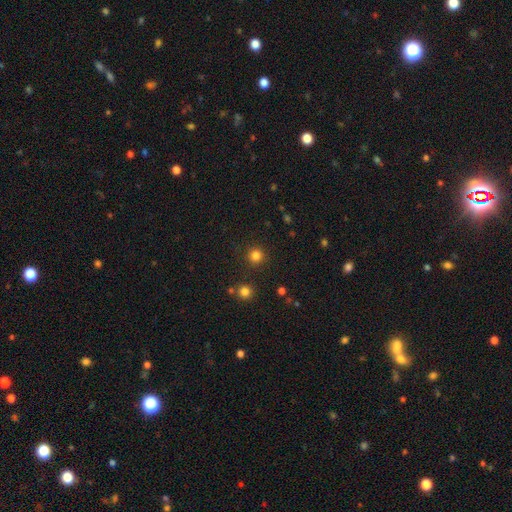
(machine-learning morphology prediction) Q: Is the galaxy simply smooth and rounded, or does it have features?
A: smooth — 81%.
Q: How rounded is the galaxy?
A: round — 95%.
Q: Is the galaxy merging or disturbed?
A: none — 90%.